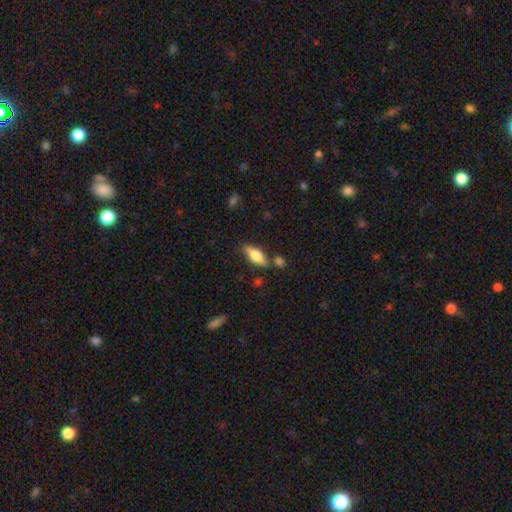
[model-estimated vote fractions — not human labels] smooth_or_featured: smooth (p=0.60) [alt: featured or disk p=0.33]
how_rounded: in between (p=0.66) [alt: cigar-shaped p=0.31]
merging: none (p=0.74) [alt: minor disturbance p=0.15]